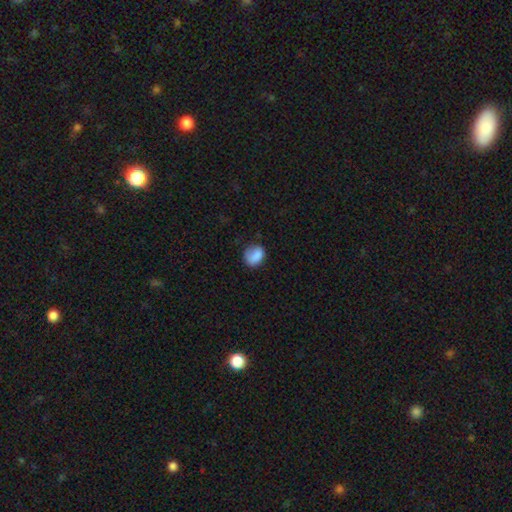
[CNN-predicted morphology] smooth 84%, featured or disk 8%, star or artifact 8%. Down the decision tree: how rounded — in between (52%); merging — none (62%).